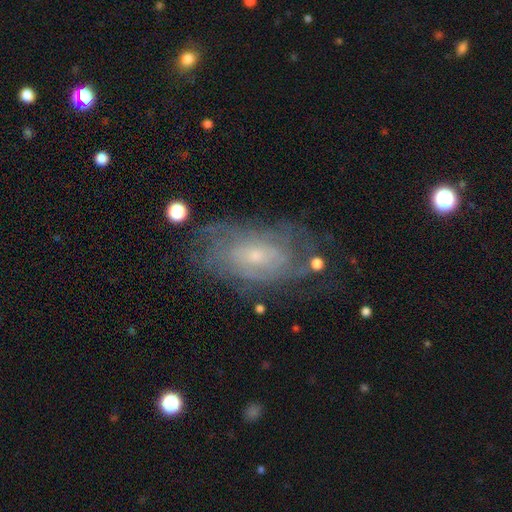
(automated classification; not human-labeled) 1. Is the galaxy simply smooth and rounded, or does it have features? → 72% featured or disk, 20% smooth, 8% star or artifact.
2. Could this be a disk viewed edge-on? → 94% no, 6% yes.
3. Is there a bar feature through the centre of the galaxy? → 72% no, 24% weak, 4% strong.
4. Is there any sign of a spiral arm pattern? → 79% yes, 21% no.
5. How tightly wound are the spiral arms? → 64% tight, 27% medium, 10% loose.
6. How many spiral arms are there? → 64% can't tell, 13% 2, 7% 3, 7% 4, 5% more than 4, 4% 1.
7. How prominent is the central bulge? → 73% small, 22% moderate, 2% none, 2% large, 1% dominant.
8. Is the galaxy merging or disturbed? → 64% none, 22% minor disturbance, 12% major disturbance, 3% merger.